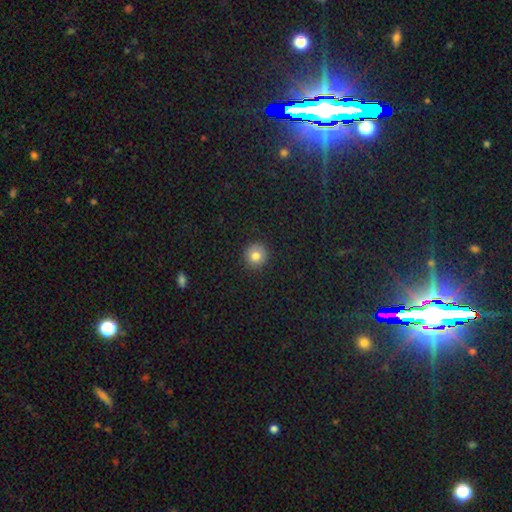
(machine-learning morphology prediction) smooth 80%, star or artifact 12%, featured or disk 8%. Down the decision tree: how rounded — round (94%); merging — none (91%).